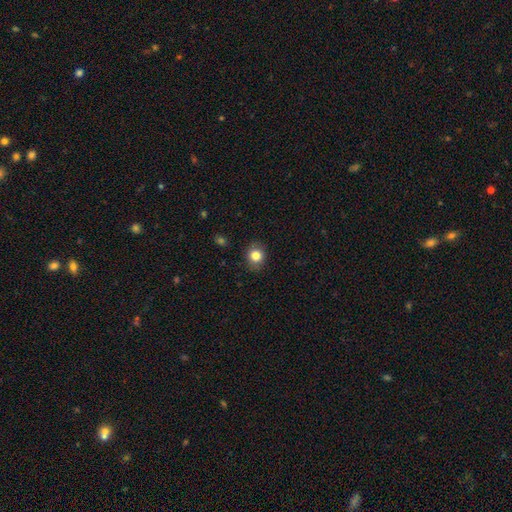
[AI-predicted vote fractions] A smooth galaxy with no disk features (82%) that is round (73%). Merging: none (87%).